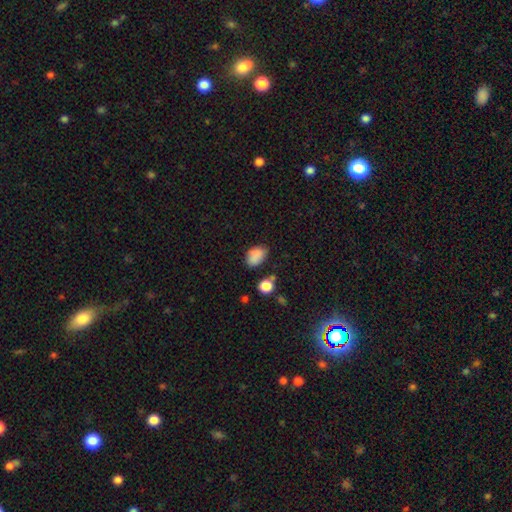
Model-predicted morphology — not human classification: Overall: smooth (83%). How rounded: in between (81%). Merging: none (67%).